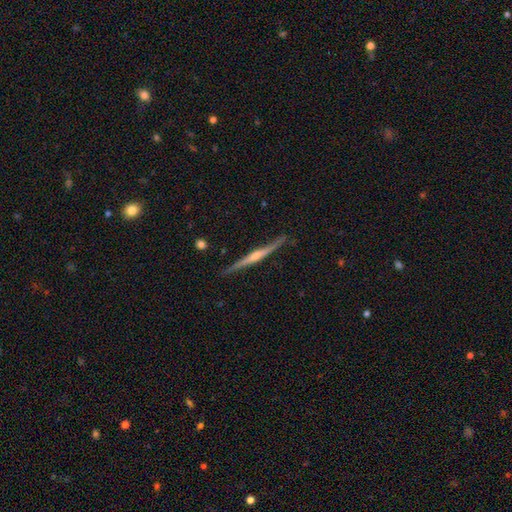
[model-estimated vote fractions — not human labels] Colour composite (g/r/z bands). It shows a featured or disk galaxy (81%) viewed edge-on (98%) with a rounded central bulge (77%). Merging: none (87%).